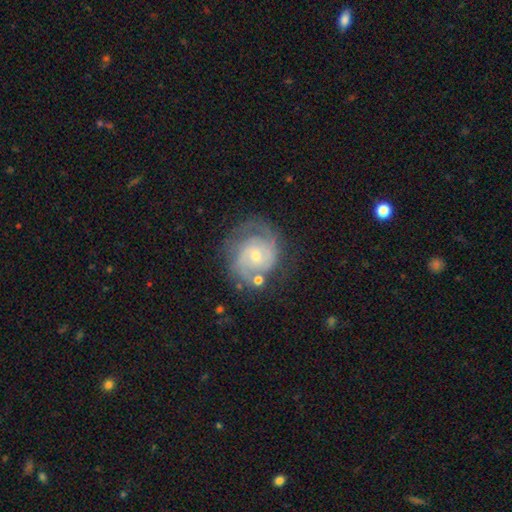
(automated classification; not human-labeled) smooth-or-featured: featured or disk: 83% | smooth: 11% | star or artifact: 6%
  disk-edge-on: no: 98% | yes: 2%
    bar: no: 67% | weak: 29% | strong: 5%
    has-spiral-arms: yes: 94% | no: 6%
      spiral-winding: tight: 56% | medium: 35% | loose: 9%
      spiral-arm-count: 2: 53% | can't tell: 20% | 3: 15% | 1: 5% | 4: 4% | more than 4: 3%
    bulge-size: small: 55% | moderate: 41% | large: 2% | none: 1% | dominant: 1%
  merging: none: 62% | minor disturbance: 20% | major disturbance: 12% | merger: 6%